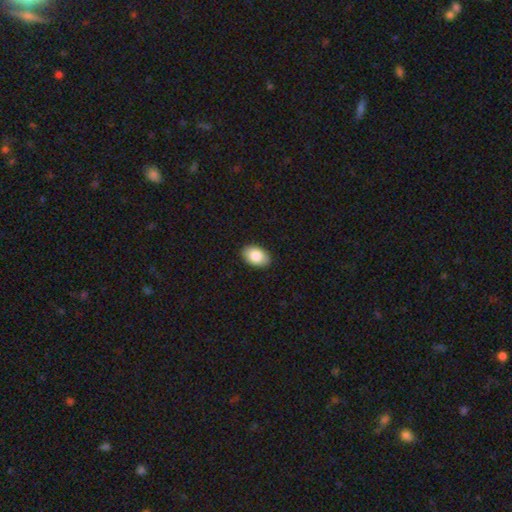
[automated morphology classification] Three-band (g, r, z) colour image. It shows a smooth galaxy with no disk features (86%) that is in between round and cigar-shaped (89%). Merging: none (91%).